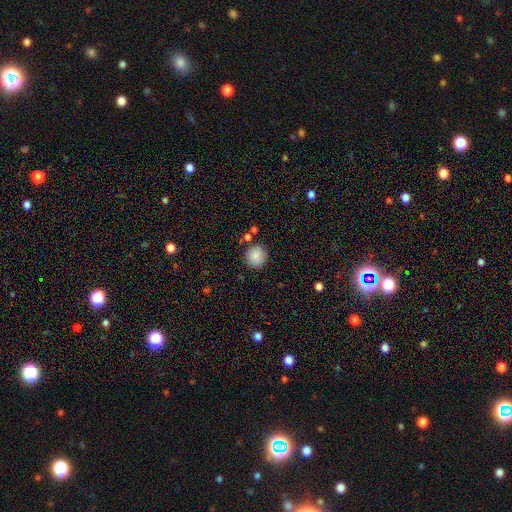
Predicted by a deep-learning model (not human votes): A smooth galaxy with no disk features (87%) that is round (90%). Merging: none (82%).